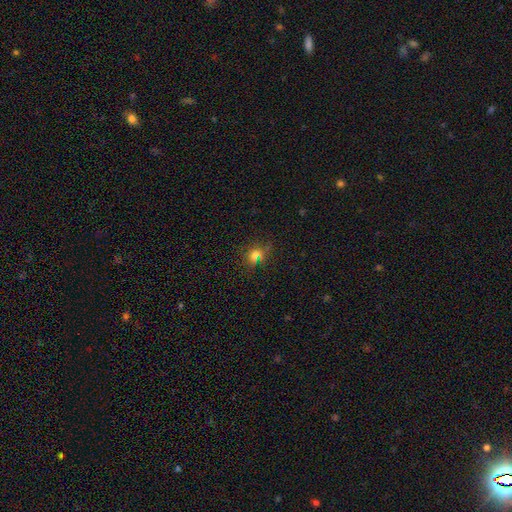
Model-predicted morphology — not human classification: Q: Smooth or featured?
A: smooth (62%); runner-up: star or artifact (30%)
Q: How rounded?
A: round (73%); runner-up: in between (25%)
Q: Merging?
A: none (76%); runner-up: minor disturbance (13%)